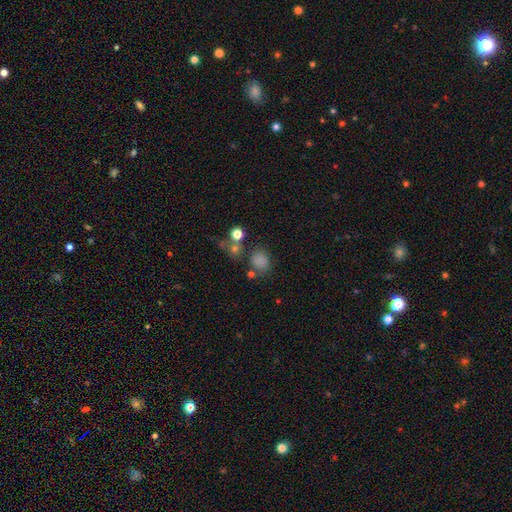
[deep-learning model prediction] This is marginally a star or artifact rather than a galaxy (42%).